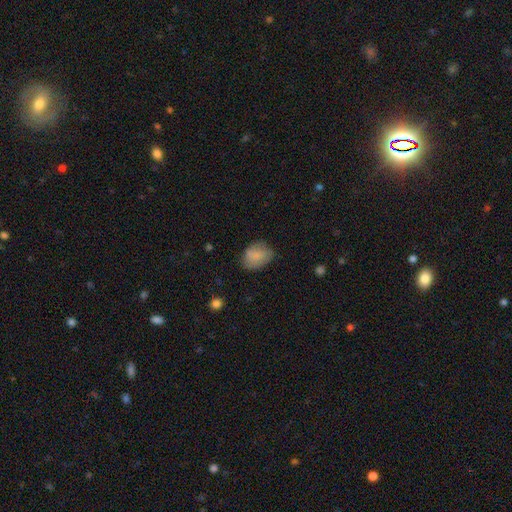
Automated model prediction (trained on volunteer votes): Smooth or featured? Predicted: smooth (p=0.79). How rounded? Predicted: in between (p=0.75). Merging? Predicted: none (p=0.66).